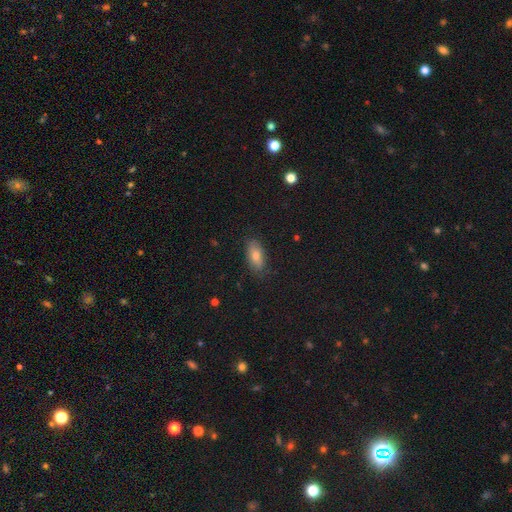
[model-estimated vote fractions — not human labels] Q: Smooth or featured?
A: smooth (74%); runner-up: featured or disk (15%)
Q: How rounded?
A: in between (84%); runner-up: cigar-shaped (12%)
Q: Merging?
A: none (83%); runner-up: minor disturbance (13%)